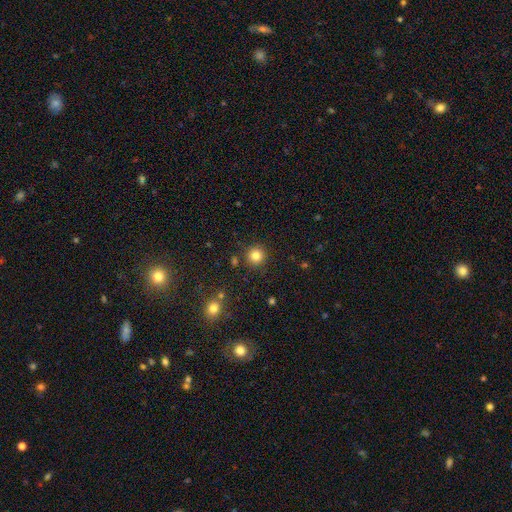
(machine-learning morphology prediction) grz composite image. It shows a smooth galaxy with no disk features (82%) that is round (94%). Merging: none (89%).